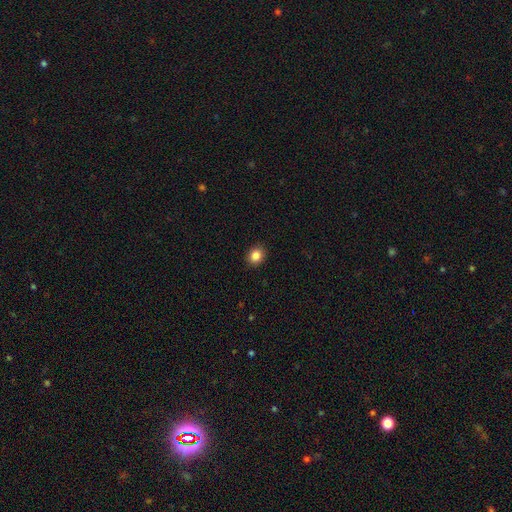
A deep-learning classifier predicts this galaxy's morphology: Smooth or featured? smooth (85%)
How rounded? round (70%)
Merging? none (91%)